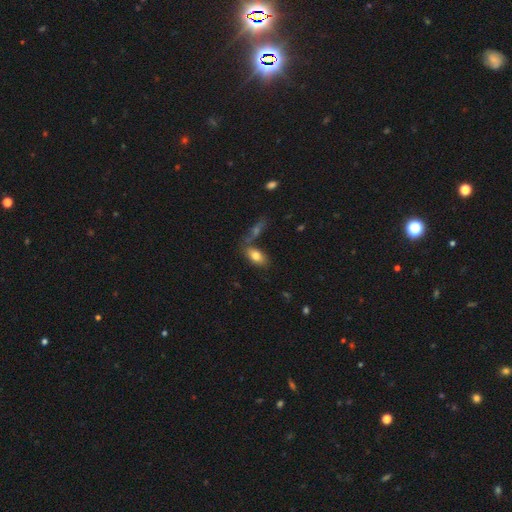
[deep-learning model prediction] Smooth or featured: smooth — 79% (featured or disk — 14%)
How rounded: in between — 88% (cigar-shaped — 7%)
Merging: none — 65% (merger — 18%)